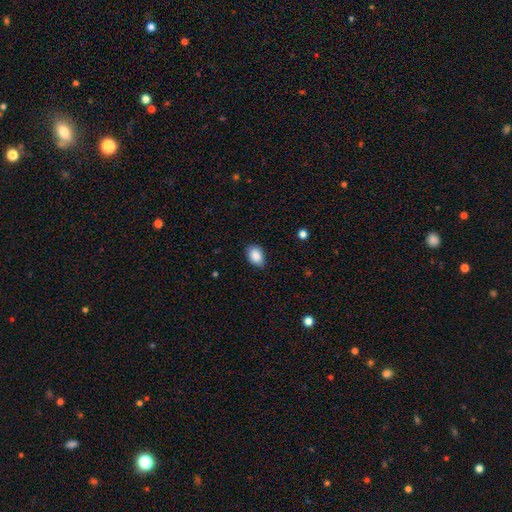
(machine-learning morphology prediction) A smooth galaxy with no disk features (89%) that is in between round and cigar-shaped (85%).

Vote fractions:
- Smooth or featured? smooth: 89% / star or artifact: 7% / featured or disk: 4%
- How rounded? in between: 85% / round: 14% / cigar-shaped: 1%
- Merging? none: 83% / minor disturbance: 14% / major disturbance: 2% / merger: 1%